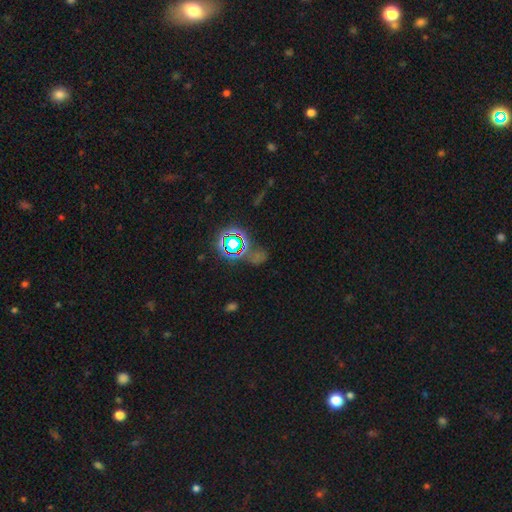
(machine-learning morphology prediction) Smooth or featured? Predicted: star or artifact (p=0.65).